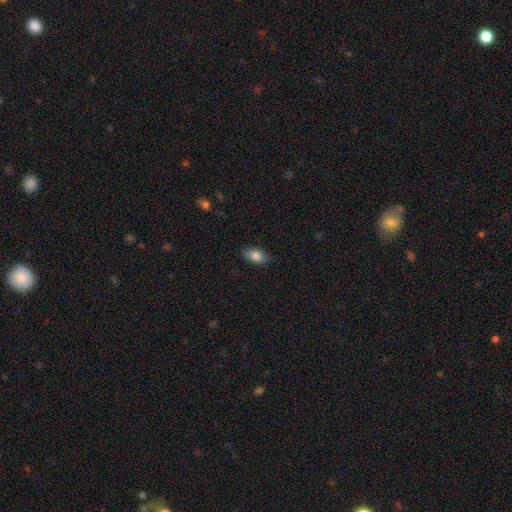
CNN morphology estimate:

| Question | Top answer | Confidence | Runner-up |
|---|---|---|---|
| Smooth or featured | smooth | 84% | featured or disk (8%) |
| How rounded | in between | 91% | round (6%) |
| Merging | none | 85% | minor disturbance (12%) |